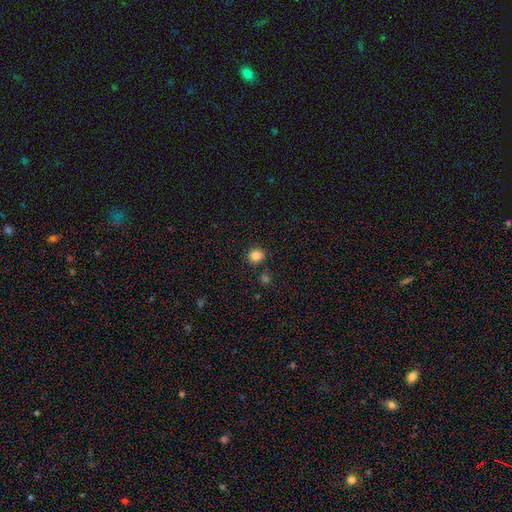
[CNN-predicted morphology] A smooth galaxy with no disk features (84%) that is round (87%).

Vote fractions:
- Smooth or featured? smooth: 84% / star or artifact: 11% / featured or disk: 4%
- How rounded? round: 87% / in between: 12% / cigar-shaped: 1%
- Merging? none: 86% / minor disturbance: 8% / merger: 4% / major disturbance: 2%